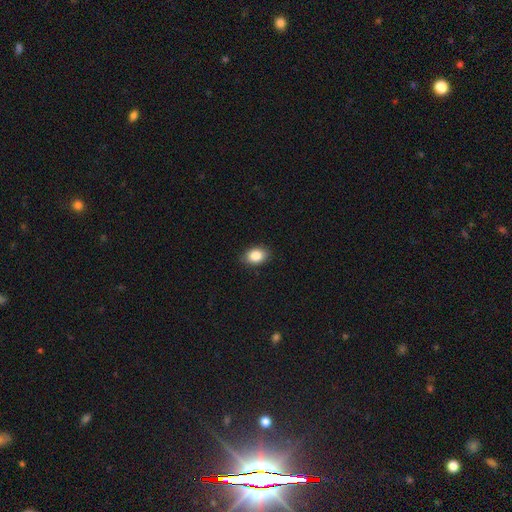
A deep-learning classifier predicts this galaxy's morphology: The model was most divided on "how rounded": in between: 76%, round: 23%, cigar-shaped: 1%. More confident: merging — none (87%); smooth or featured — smooth (85%).